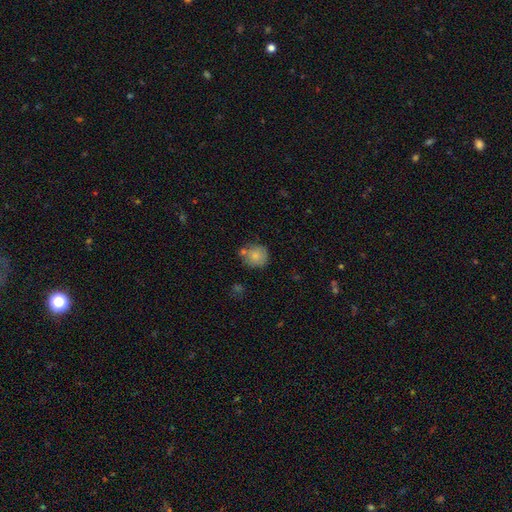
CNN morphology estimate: Smooth or featured?
  - smooth: 81% *
  - featured or disk: 10%
  - star or artifact: 9%
How rounded?
  - round: 87% *
  - in between: 12%
  - cigar-shaped: 1%
Merging?
  - none: 64% *
  - minor disturbance: 16%
  - merger: 15%
  - major disturbance: 4%